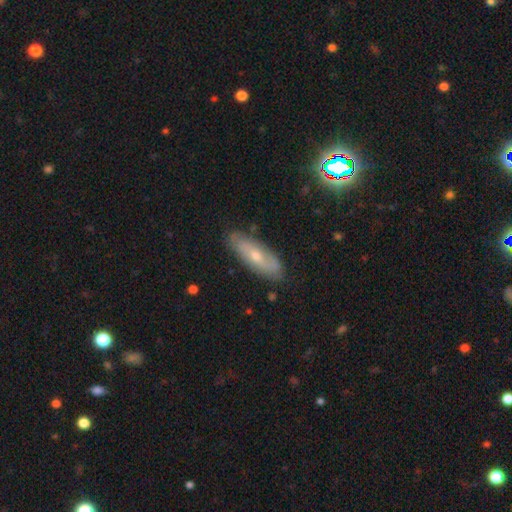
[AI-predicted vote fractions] smooth_or_featured: featured or disk (p=0.51) [alt: smooth p=0.40]
disk_edge_on: no (p=0.68) [alt: yes p=0.32]
merging: none (p=0.82) [alt: minor disturbance p=0.14]